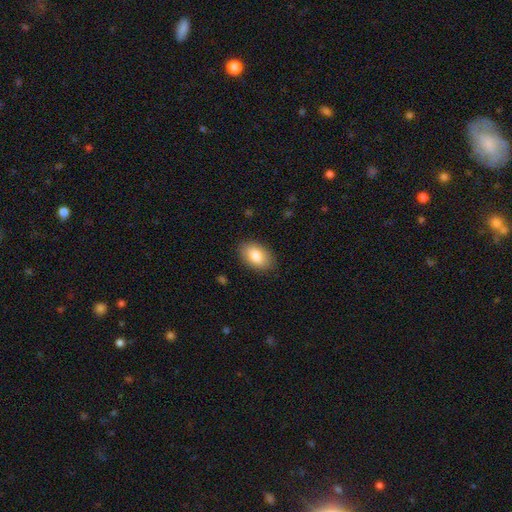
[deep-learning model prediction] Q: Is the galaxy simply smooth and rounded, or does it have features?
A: smooth — 83%.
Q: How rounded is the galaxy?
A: in between — 91%.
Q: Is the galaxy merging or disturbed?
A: none — 87%.